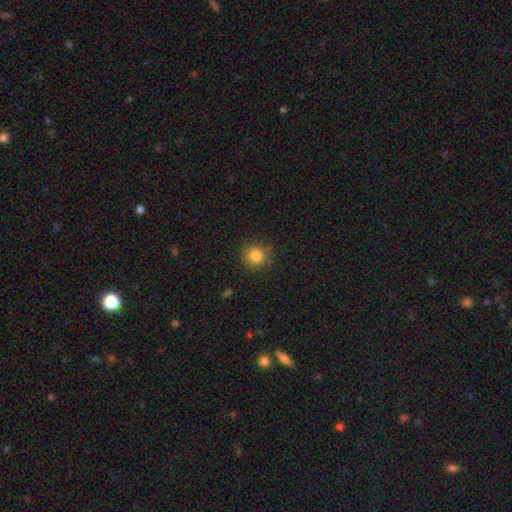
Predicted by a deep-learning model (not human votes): This appears to be a smooth galaxy with no disk features (84%) that is round (92%). Merging: none (84%).